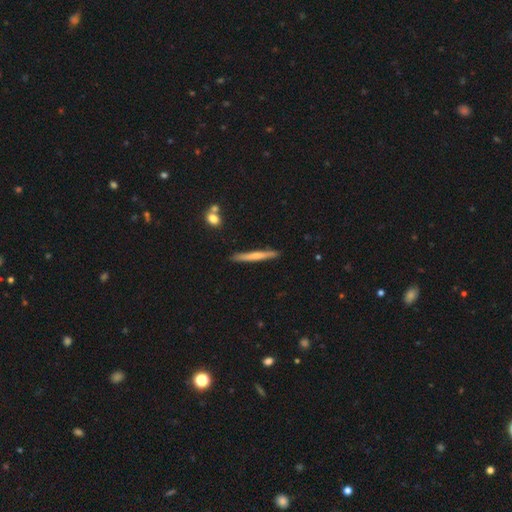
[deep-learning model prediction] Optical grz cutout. It shows a smooth galaxy with no disk features (56%) that is cigar-shaped (96%). Merging: none (88%).